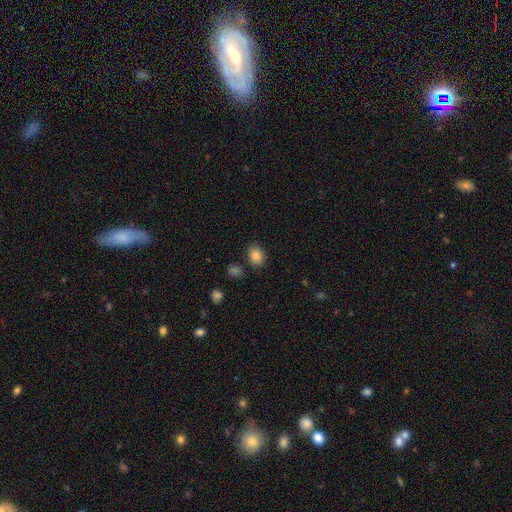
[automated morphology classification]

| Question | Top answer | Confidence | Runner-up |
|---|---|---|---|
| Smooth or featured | smooth | 84% | star or artifact (10%) |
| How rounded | in between | 53% | round (46%) |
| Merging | none | 82% | minor disturbance (11%) |